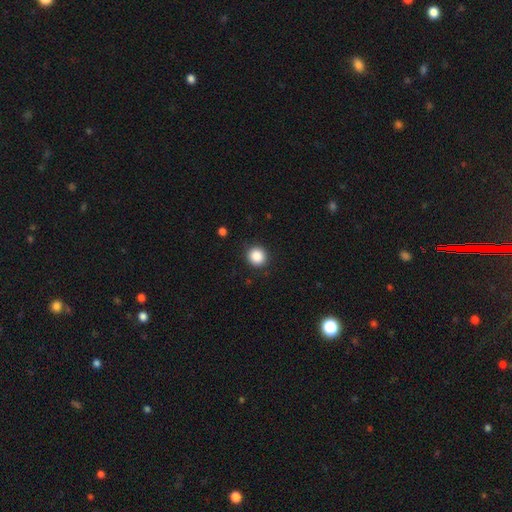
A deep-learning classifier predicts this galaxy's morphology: The model was most divided on "smooth or featured": smooth: 87%, star or artifact: 9%, featured or disk: 3%. More confident: how rounded — round (91%); merging — none (90%).